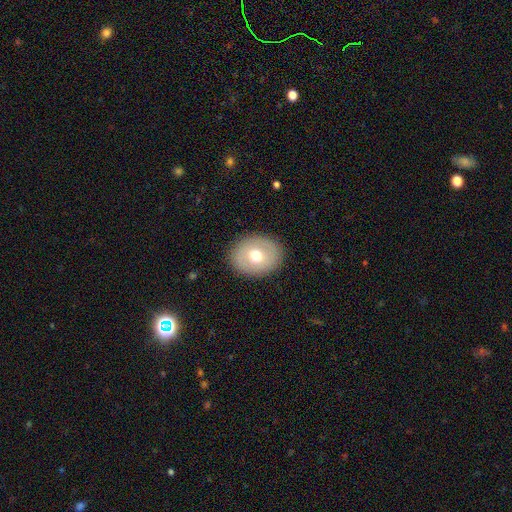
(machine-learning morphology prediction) smooth_or_featured: smooth (p=0.62) [alt: featured or disk p=0.29]
how_rounded: round (p=0.50) [alt: in between p=0.49]
merging: none (p=0.87) [alt: minor disturbance p=0.09]